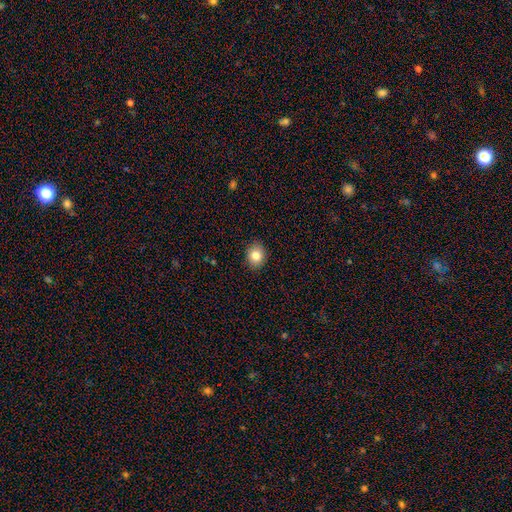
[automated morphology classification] smooth-or-featured: smooth: 83% | star or artifact: 9% | featured or disk: 8%
  how-rounded: round: 58% | in between: 42% | cigar-shaped: 1%
  merging: none: 89% | minor disturbance: 8% | major disturbance: 2% | merger: 1%